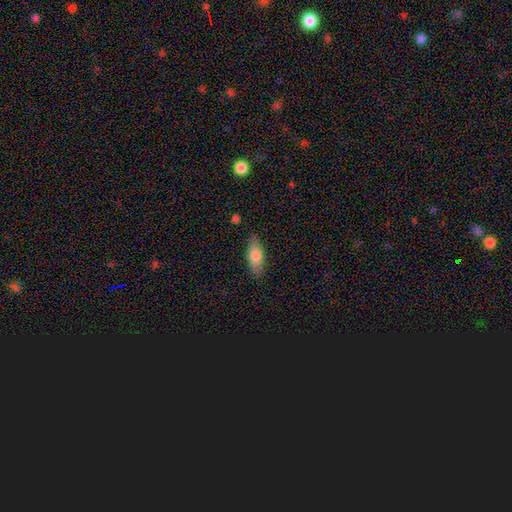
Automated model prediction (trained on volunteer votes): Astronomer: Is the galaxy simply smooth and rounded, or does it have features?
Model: smooth — 77%.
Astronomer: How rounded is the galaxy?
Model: in between — 75%.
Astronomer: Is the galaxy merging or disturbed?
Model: none — 85%.